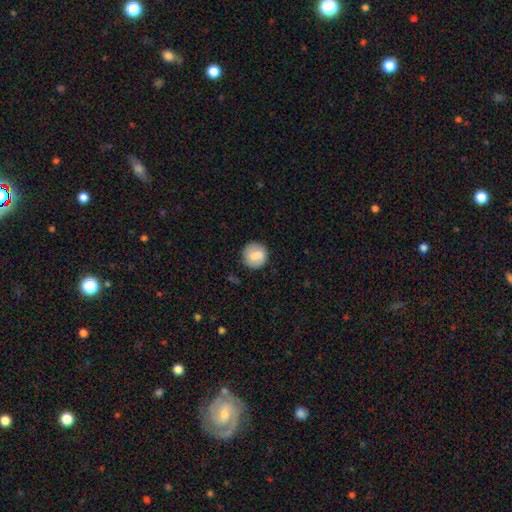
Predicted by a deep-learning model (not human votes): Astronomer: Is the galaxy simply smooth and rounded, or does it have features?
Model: smooth — 75%.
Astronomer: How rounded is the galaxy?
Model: round — 91%.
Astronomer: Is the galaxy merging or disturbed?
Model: none — 86%.